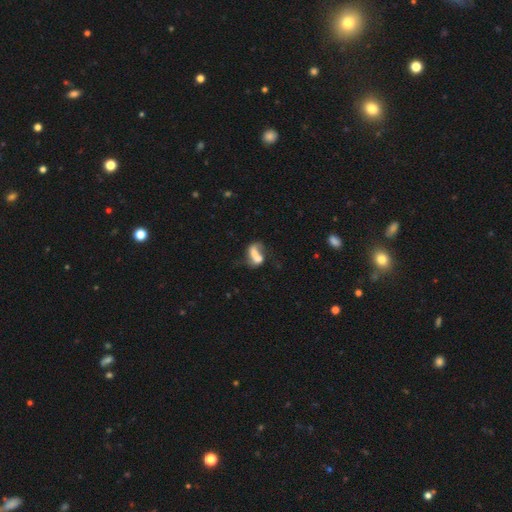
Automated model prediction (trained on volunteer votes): Q: Smooth or featured?
A: smooth (46%); runner-up: featured or disk (43%)
Q: Merging?
A: merger (39%); runner-up: none (24%)